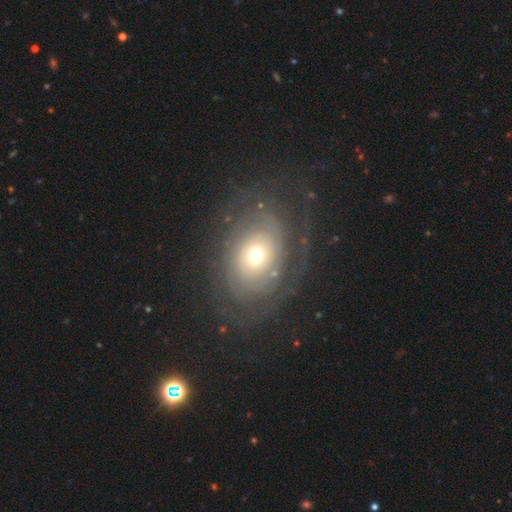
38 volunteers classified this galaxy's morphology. Overall: featured or disk (82%). Edge-on disk: no (97%). Bar: no (70%). Spiral arms: yes (83%). Spiral arm count: can't tell (52%). Spiral winding: tight (80%). Bulge size: moderate (60%; small 33%). Merging: none (73%).